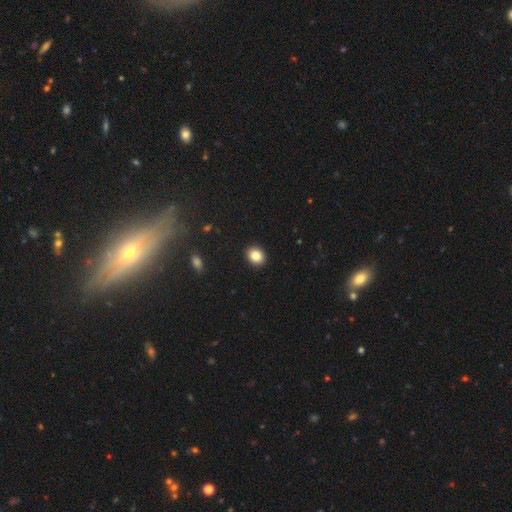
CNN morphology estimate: This is clearly a smooth galaxy (85%). How rounded: likely round (61%). Merging: clearly none (92%).